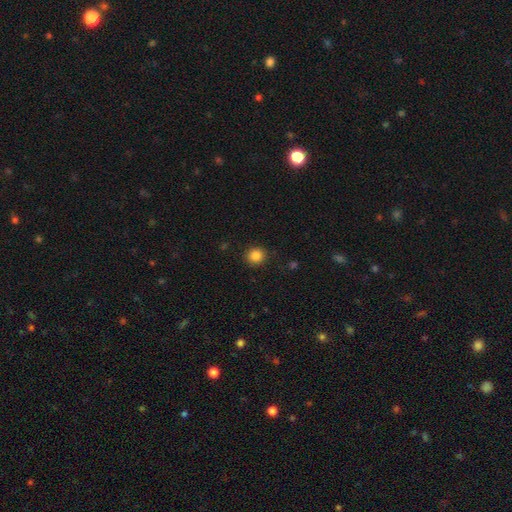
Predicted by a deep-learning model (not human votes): The model was most divided on "smooth or featured": smooth: 85%, star or artifact: 11%, featured or disk: 4%. More confident: merging — none (90%); how rounded — round (89%).